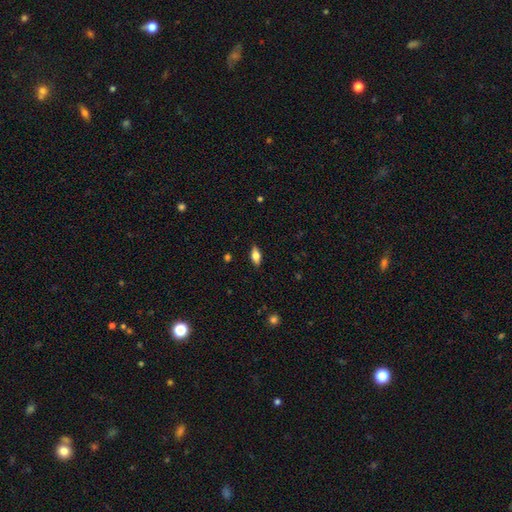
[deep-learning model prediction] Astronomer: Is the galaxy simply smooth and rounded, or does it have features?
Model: smooth — 68%.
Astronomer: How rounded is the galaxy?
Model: in between — 82%.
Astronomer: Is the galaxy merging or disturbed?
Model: none — 87%.